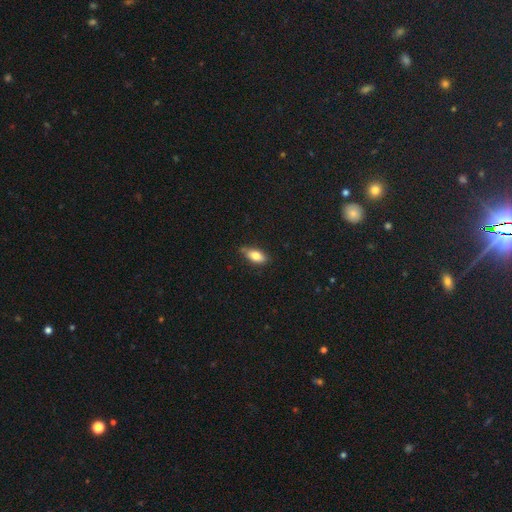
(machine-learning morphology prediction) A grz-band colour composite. It shows a smooth galaxy with no disk features (75%) that is in between round and cigar-shaped (82%). Merging: none (74%).